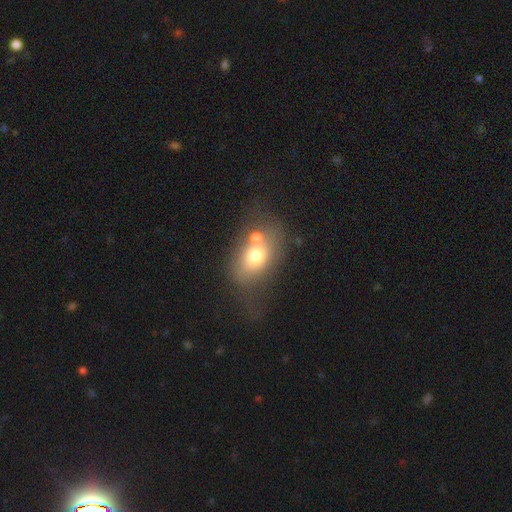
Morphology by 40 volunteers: Smooth or featured? 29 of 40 (72%) said smooth. How rounded? 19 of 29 (66%) said in between. Merging? 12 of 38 (32%) said none.